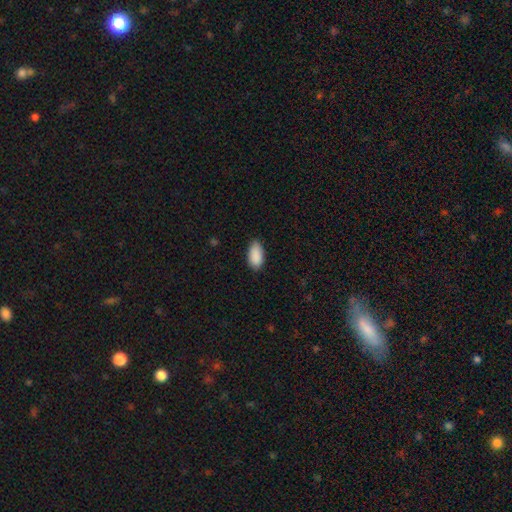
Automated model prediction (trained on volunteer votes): This appears to be a smooth galaxy with no disk features (90%) that is in between round and cigar-shaped (94%). Merging: none (76%).